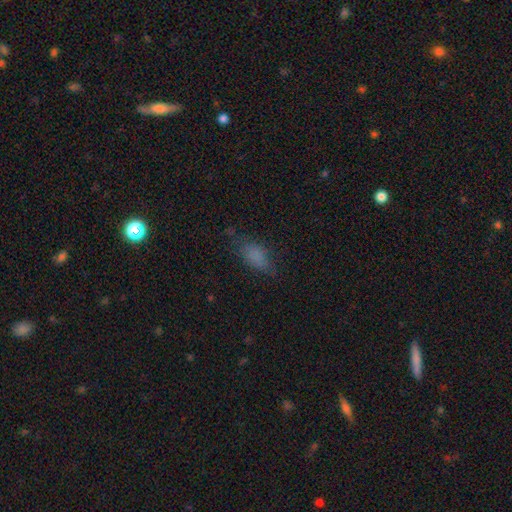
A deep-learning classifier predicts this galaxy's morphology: smooth_or_featured: smooth (p=0.76) [alt: star or artifact p=0.13]
how_rounded: in between (p=0.82) [alt: cigar-shaped p=0.13]
merging: none (p=0.63) [alt: minor disturbance p=0.24]